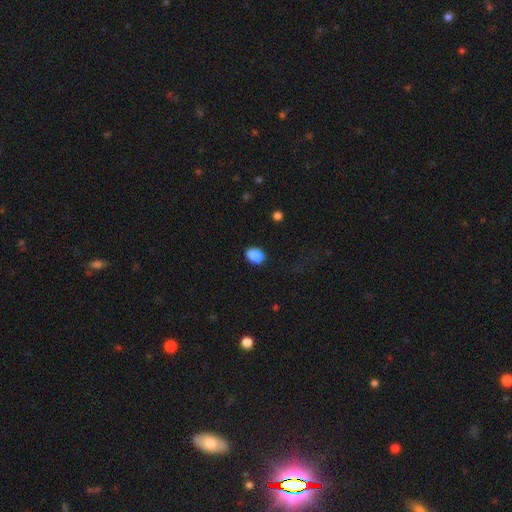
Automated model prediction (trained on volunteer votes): The model was most divided on "how rounded": in between: 74%, round: 25%, cigar-shaped: 1%. More confident: smooth or featured — smooth (88%); merging — none (85%).